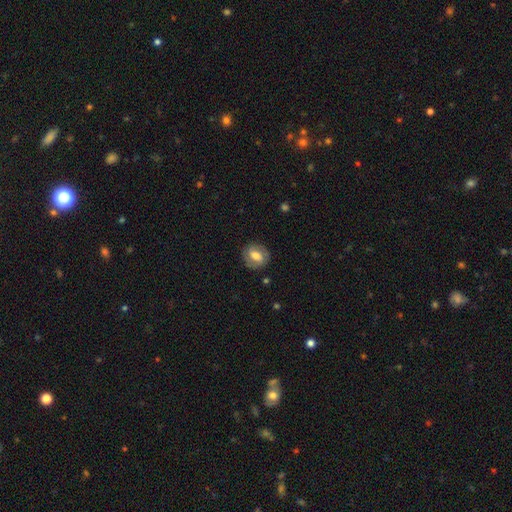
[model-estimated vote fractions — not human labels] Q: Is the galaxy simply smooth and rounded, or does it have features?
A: smooth — 55%.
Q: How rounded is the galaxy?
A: round — 60%.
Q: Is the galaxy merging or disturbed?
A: none — 82%.